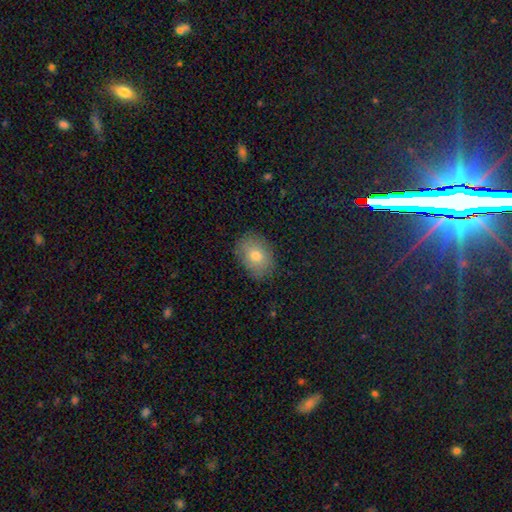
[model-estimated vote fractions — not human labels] A smooth galaxy with no disk features (77%) that is in between round and cigar-shaped (74%).

Vote fractions:
- Smooth or featured? smooth: 77% / featured or disk: 14% / star or artifact: 10%
- How rounded? in between: 74% / round: 25% / cigar-shaped: 1%
- Merging? none: 84% / minor disturbance: 12% / major disturbance: 3% / merger: 1%